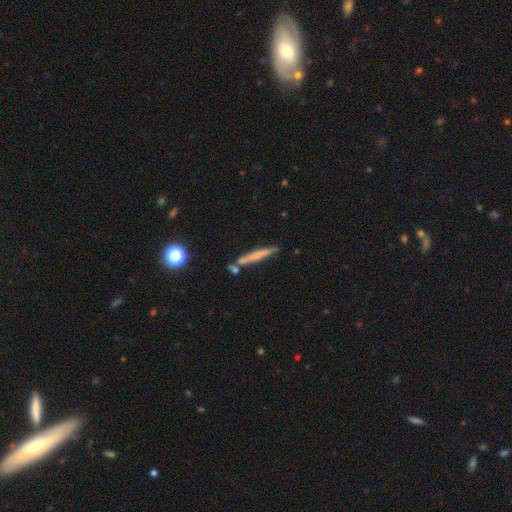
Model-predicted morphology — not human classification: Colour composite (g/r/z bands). It shows a smooth galaxy with no disk features (47%). Merging: none (76%).